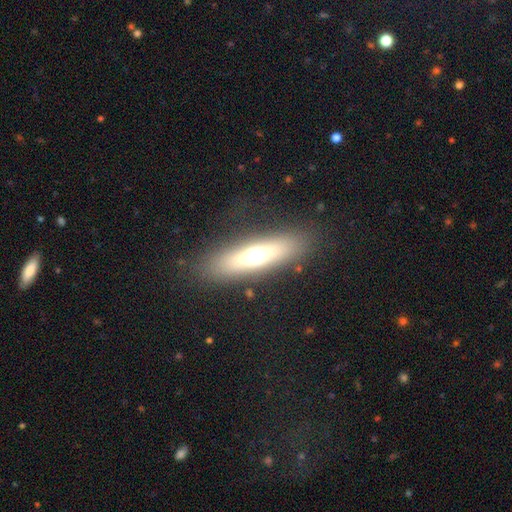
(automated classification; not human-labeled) Overall: smooth (51%; featured or disk 37%). How rounded: in between (48%; cigar-shaped 47%). Merging: none (82%).